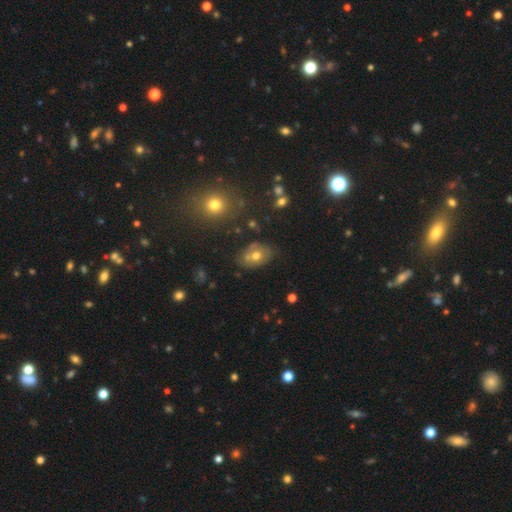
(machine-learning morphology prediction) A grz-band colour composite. It shows a smooth galaxy with no disk features (57%) that is in between round and cigar-shaped (74%). Merging: none (56%).